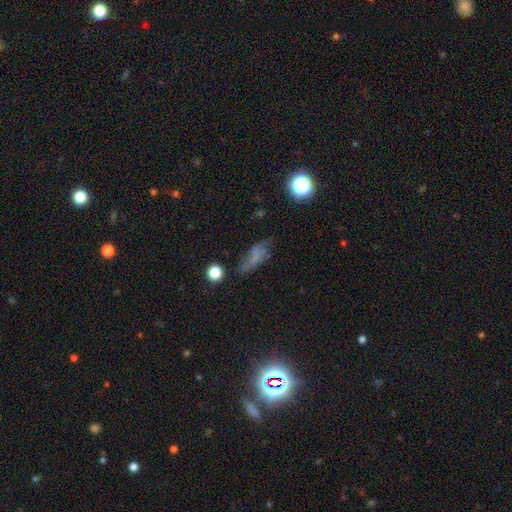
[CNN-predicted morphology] Overall: smooth (52%; featured or disk 30%). How rounded: in between (65%; cigar-shaped 27%). Merging: none (52%; minor disturbance 28%).